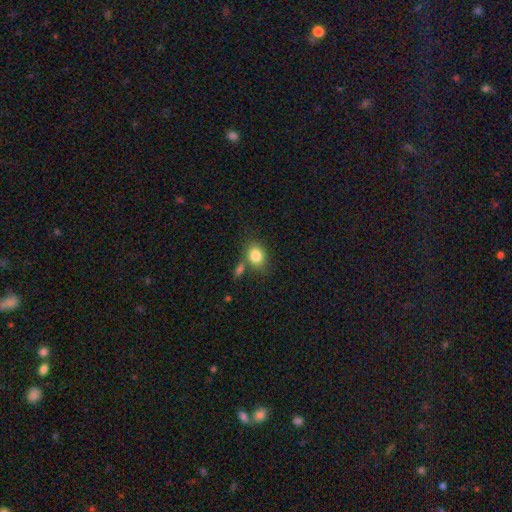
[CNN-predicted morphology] Smooth or featured? smooth (83%)
How rounded? in between (55%)
Merging? none (63%)